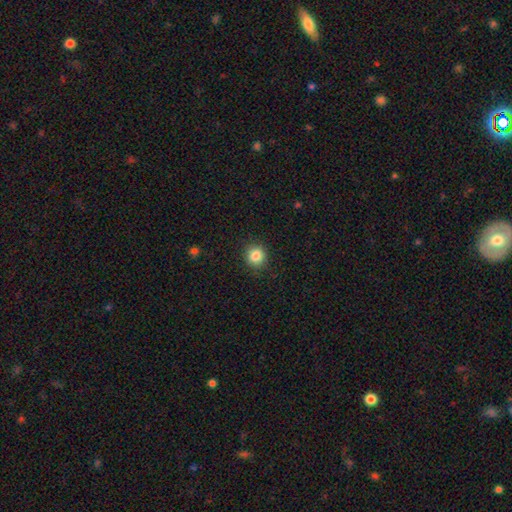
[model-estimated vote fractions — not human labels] Morphology: type=smooth (84%); roundness=round (91%); merging=none (91%).